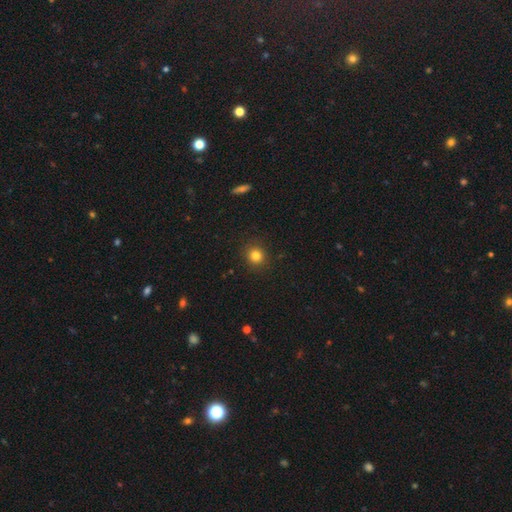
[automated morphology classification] Smooth or featured?
  - smooth: 82% *
  - star or artifact: 13%
  - featured or disk: 6%
How rounded?
  - round: 87% *
  - in between: 12%
  - cigar-shaped: 1%
Merging?
  - none: 90% *
  - minor disturbance: 6%
  - major disturbance: 2%
  - merger: 1%